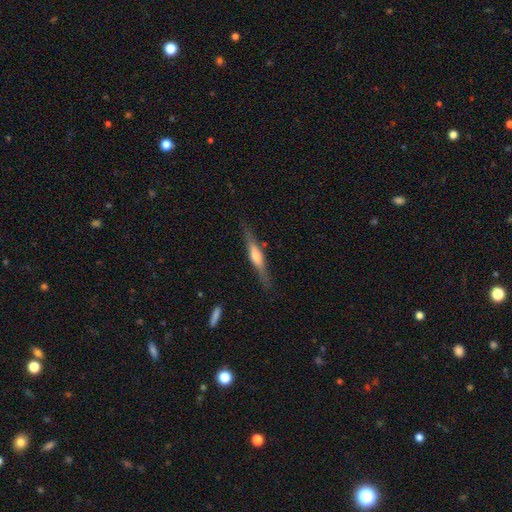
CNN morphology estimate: Overall: featured or disk (60%; smooth 34%). Edge-on disk: yes (95%). Edge-on bulge: rounded (70%). Merging: none (84%).